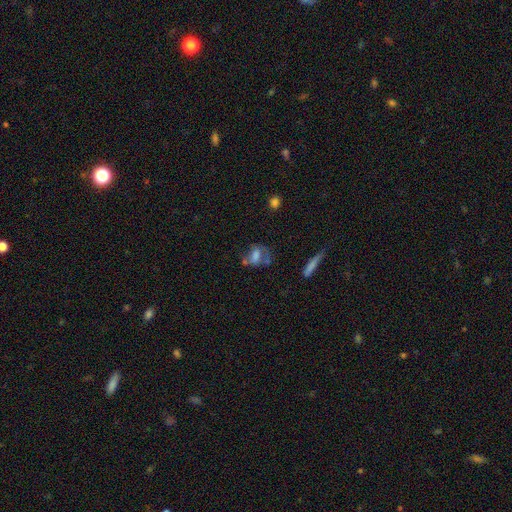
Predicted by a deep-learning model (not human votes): Overall: smooth (49%; featured or disk 38%). Merging: none (35%; major disturbance 26%).